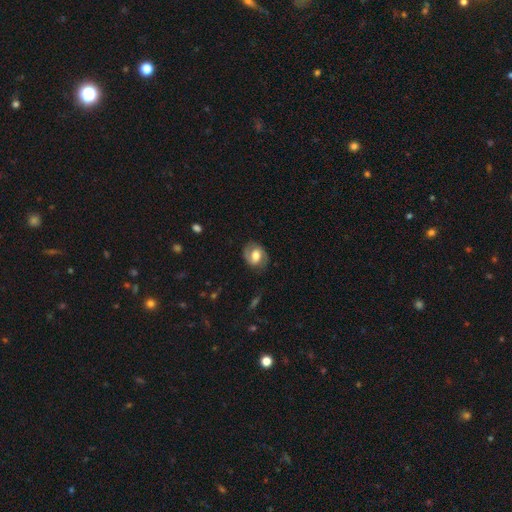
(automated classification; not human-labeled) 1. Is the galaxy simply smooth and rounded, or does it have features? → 66% featured or disk, 27% smooth, 7% star or artifact.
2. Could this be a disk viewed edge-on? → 97% no, 3% yes.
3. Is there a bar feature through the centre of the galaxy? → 45% weak, 34% no, 21% strong.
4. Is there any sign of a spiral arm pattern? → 86% yes, 14% no.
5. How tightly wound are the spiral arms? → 49% medium, 31% tight, 20% loose.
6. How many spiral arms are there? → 87% 2, 6% can't tell, 4% 1, 1% 3, 1% 4, 1% more than 4.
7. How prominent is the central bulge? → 54% moderate, 32% large, 9% small, 3% dominant, 2% none.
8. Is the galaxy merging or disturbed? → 78% none, 15% minor disturbance, 6% major disturbance, 1% merger.